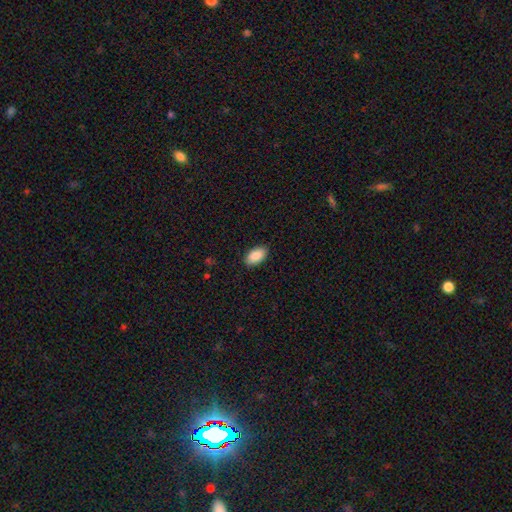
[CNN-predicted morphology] This is clearly a smooth galaxy (89%). How rounded: clearly in between (94%). Merging: clearly none (88%).